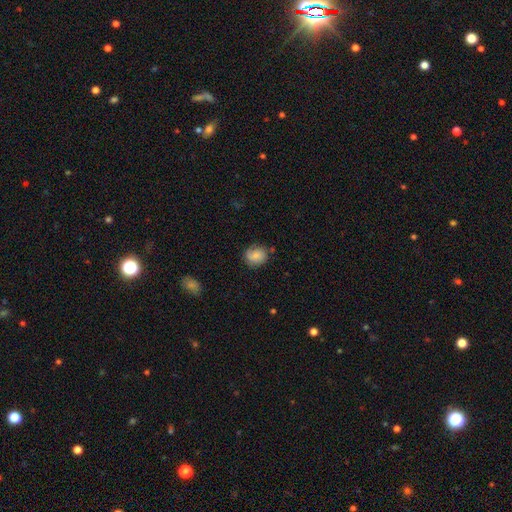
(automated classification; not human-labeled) Smooth or featured? Predicted: smooth (p=0.63). How rounded? Predicted: round (p=0.71). Merging? Predicted: none (p=0.68).